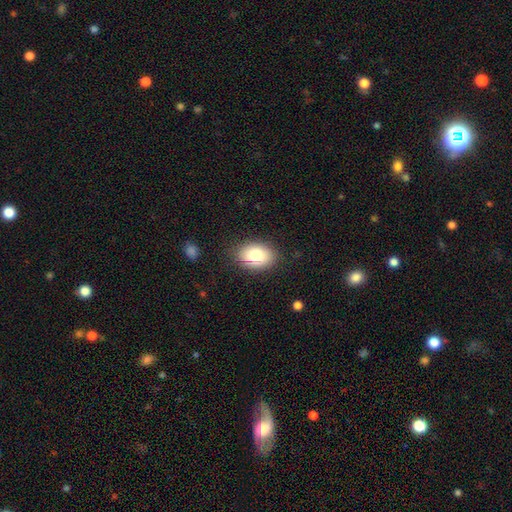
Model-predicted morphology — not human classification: Smooth or featured?
  - smooth: 78% *
  - featured or disk: 13%
  - star or artifact: 8%
How rounded?
  - in between: 79% *
  - round: 20%
  - cigar-shaped: 1%
Merging?
  - none: 82% *
  - minor disturbance: 13%
  - major disturbance: 3%
  - merger: 1%